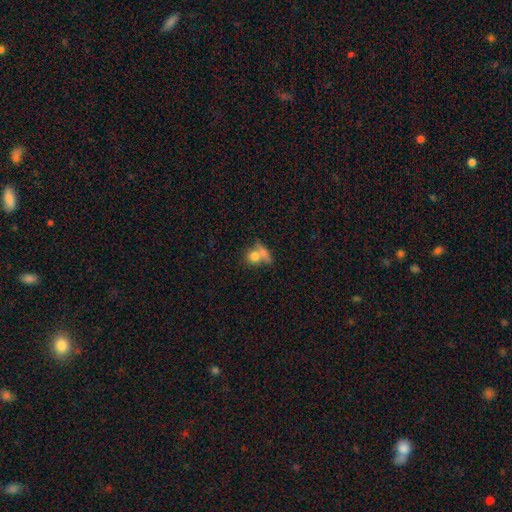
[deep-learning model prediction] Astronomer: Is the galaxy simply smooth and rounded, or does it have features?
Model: smooth — 76%.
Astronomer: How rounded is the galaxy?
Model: round — 69%.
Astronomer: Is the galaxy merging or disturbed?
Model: merger — 44% (runner-up: none, 40%).